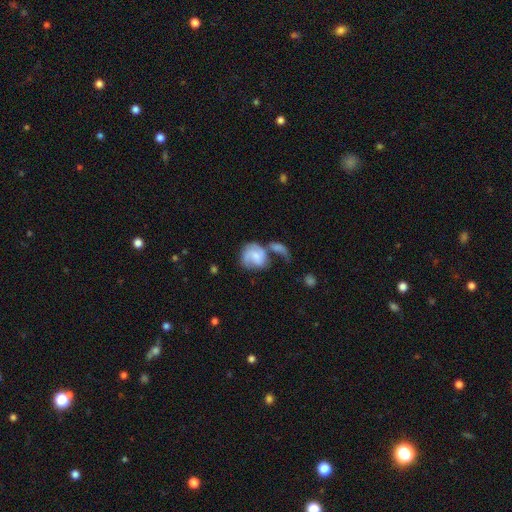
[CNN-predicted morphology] A featured or disk galaxy (53%) with no bar (49%), spiral arms (78%) and a small central bulge (42%). Merging: merger (33%).